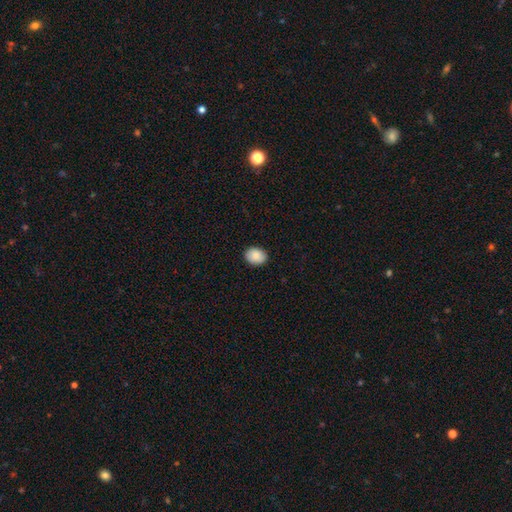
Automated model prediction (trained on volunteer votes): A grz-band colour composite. It shows a smooth galaxy with no disk features (87%) that is in between round and cigar-shaped (55%). Merging: none (88%).